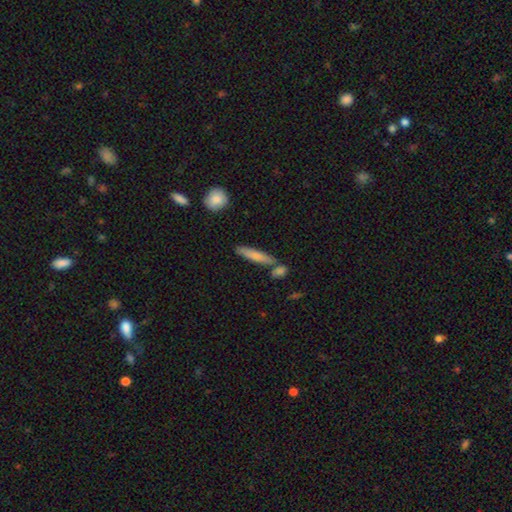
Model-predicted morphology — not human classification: The model was most divided on "smooth or featured": smooth: 74%, featured or disk: 20%, star or artifact: 6%. More confident: how rounded — cigar-shaped (84%); merging — none (73%).